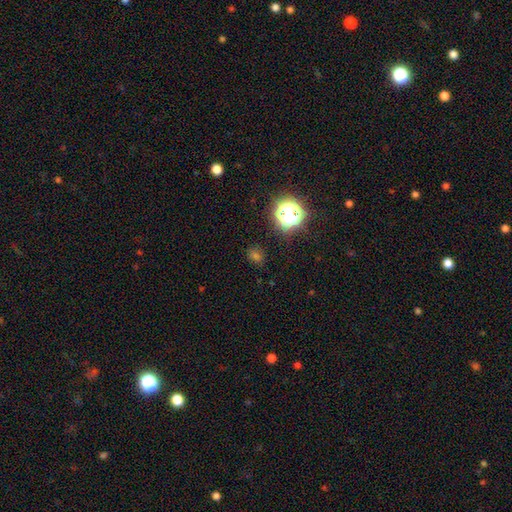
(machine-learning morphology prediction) Smooth or featured: smooth — 55% (star or artifact — 39%)
How rounded: round — 68% (in between — 30%)
Merging: none — 84% (minor disturbance — 10%)